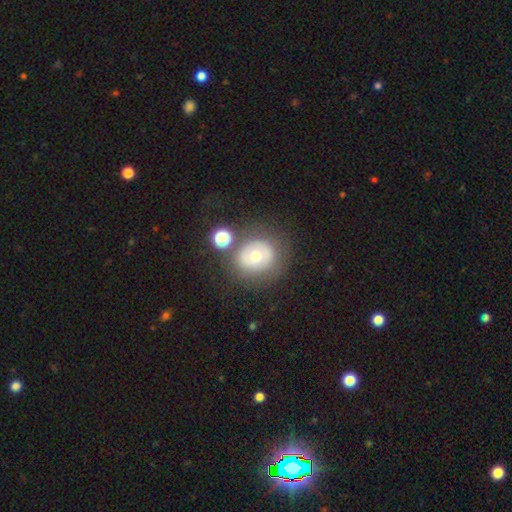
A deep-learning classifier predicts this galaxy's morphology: A smooth galaxy with no disk features (51%) that is round (79%).

Vote fractions:
- Smooth or featured? smooth: 51% / featured or disk: 38% / star or artifact: 11%
- How rounded? round: 79% / in between: 20% / cigar-shaped: 1%
- Merging? none: 69% / minor disturbance: 14% / merger: 10% / major disturbance: 8%